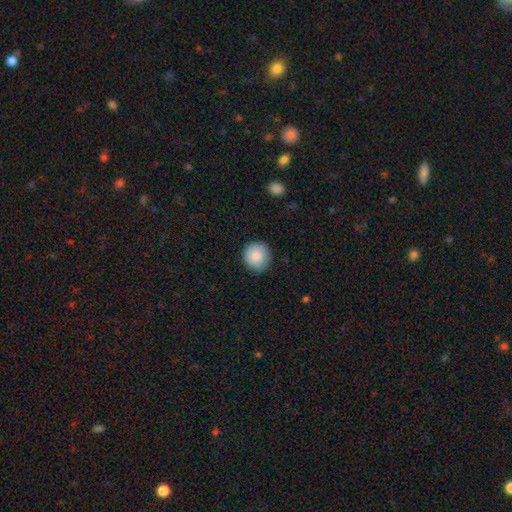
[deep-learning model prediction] The model was most divided on "merging": none: 84%, minor disturbance: 12%, major disturbance: 2%, merger: 1%. More confident: how rounded — round (93%); smooth or featured — smooth (85%).